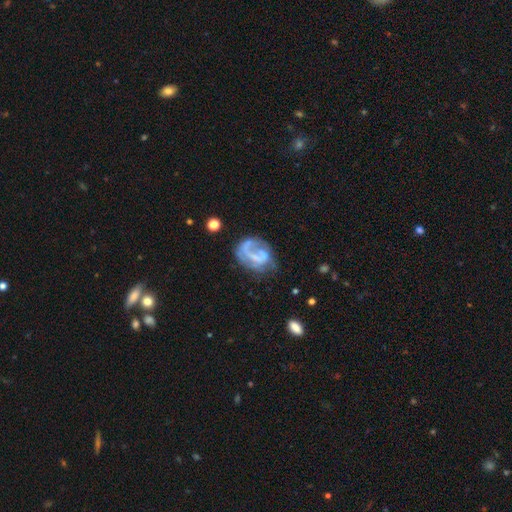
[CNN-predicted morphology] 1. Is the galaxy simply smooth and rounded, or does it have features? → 62% featured or disk, 28% smooth, 10% star or artifact.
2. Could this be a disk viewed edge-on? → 97% no, 3% yes.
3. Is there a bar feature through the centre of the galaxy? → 54% no, 30% weak, 16% strong.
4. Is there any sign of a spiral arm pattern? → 54% yes, 46% no.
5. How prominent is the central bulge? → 63% none, 20% small, 12% moderate, 4% large, 2% dominant.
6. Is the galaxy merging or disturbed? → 39% none, 34% major disturbance, 22% minor disturbance, 5% merger.